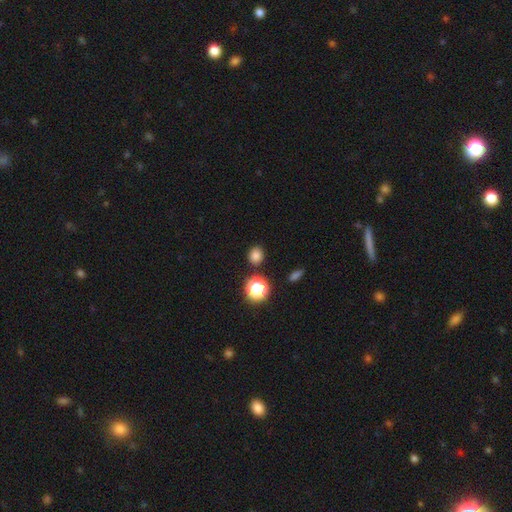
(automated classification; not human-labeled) Smooth or featured: smooth — 79% (star or artifact — 17%)
How rounded: round — 79% (in between — 20%)
Merging: none — 87% (minor disturbance — 7%)